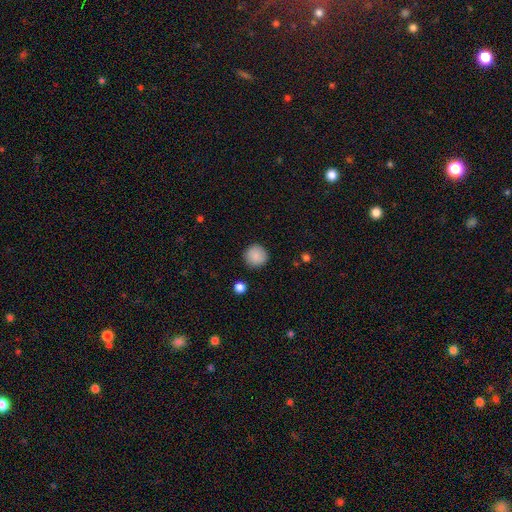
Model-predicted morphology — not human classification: A smooth galaxy with no disk features (88%) that is round (95%).

Vote fractions:
- Smooth or featured? smooth: 88% / star or artifact: 8% / featured or disk: 4%
- How rounded? round: 95% / in between: 4% / cigar-shaped: 1%
- Merging? none: 90% / minor disturbance: 6% / major disturbance: 2% / merger: 1%